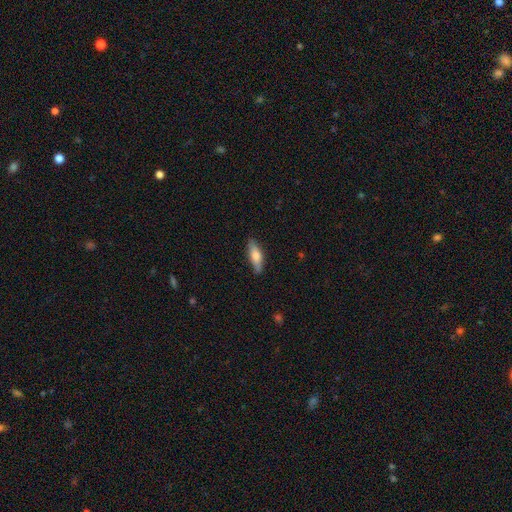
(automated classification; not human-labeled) Smooth or featured?
  - smooth: 63% *
  - featured or disk: 31%
  - star or artifact: 6%
How rounded?
  - cigar-shaped: 51% *
  - in between: 47%
  - round: 2%
Merging?
  - none: 84% *
  - minor disturbance: 12%
  - major disturbance: 2%
  - merger: 1%